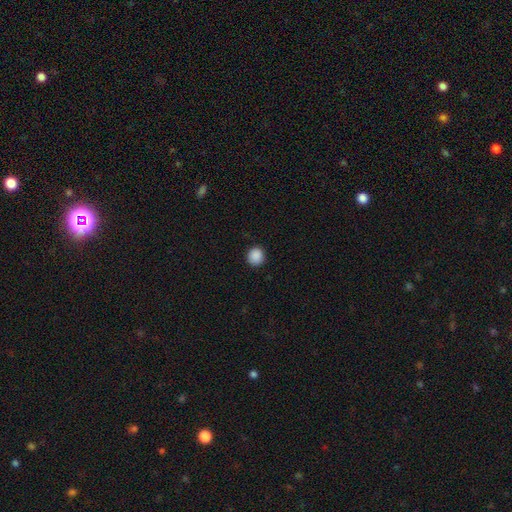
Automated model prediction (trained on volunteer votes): smooth_or_featured: smooth (p=0.89) [alt: star or artifact p=0.09]
how_rounded: round (p=0.91) [alt: in between p=0.09]
merging: none (p=0.91) [alt: minor disturbance p=0.06]